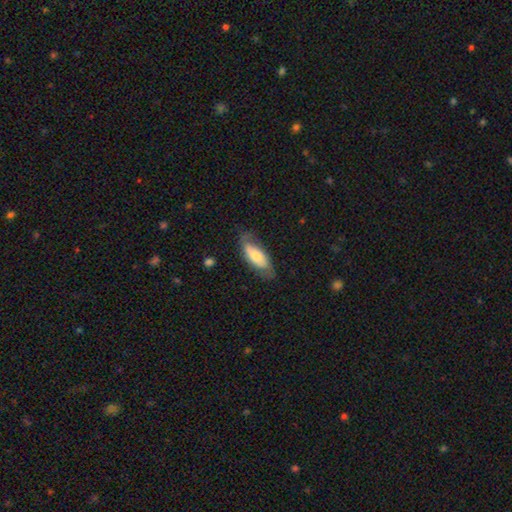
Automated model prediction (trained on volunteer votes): smooth-or-featured: smooth: 61% | featured or disk: 33% | star or artifact: 6%
  how-rounded: in between: 80% | cigar-shaped: 18% | round: 2%
  merging: none: 65% | minor disturbance: 25% | major disturbance: 9% | merger: 2%